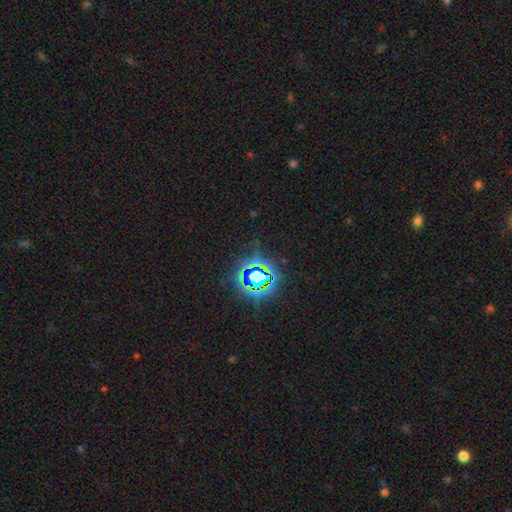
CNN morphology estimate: Q: Smooth or featured?
A: star or artifact (78%); runner-up: smooth (13%)